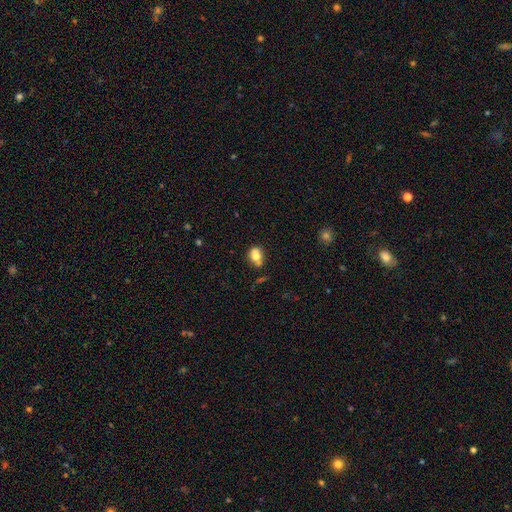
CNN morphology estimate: Smooth or featured: smooth — 71% (featured or disk — 19%)
How rounded: in between — 53% (round — 45%)
Merging: none — 44% (merger — 31%)